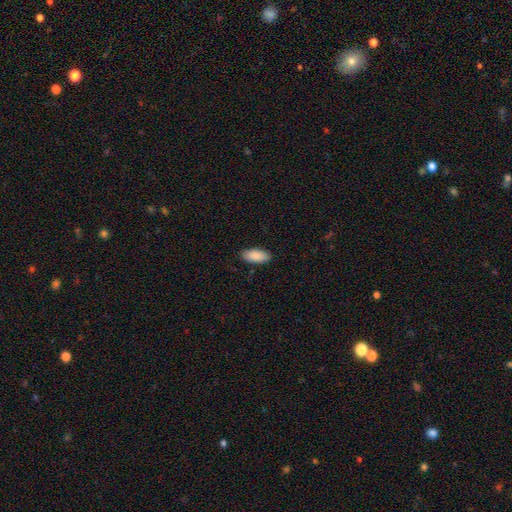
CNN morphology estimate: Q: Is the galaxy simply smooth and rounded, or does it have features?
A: smooth — 90%.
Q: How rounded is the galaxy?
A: in between — 90%.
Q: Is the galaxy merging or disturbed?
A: none — 89%.